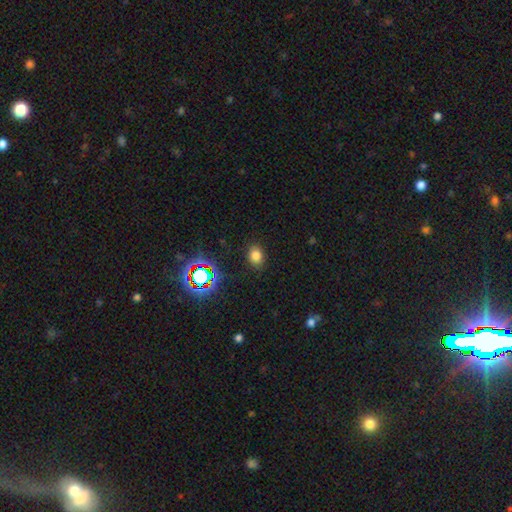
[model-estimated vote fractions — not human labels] smooth_or_featured: smooth (p=0.75) [alt: star or artifact p=0.19]
how_rounded: in between (p=0.60) [alt: round p=0.39]
merging: none (p=0.86) [alt: minor disturbance p=0.09]